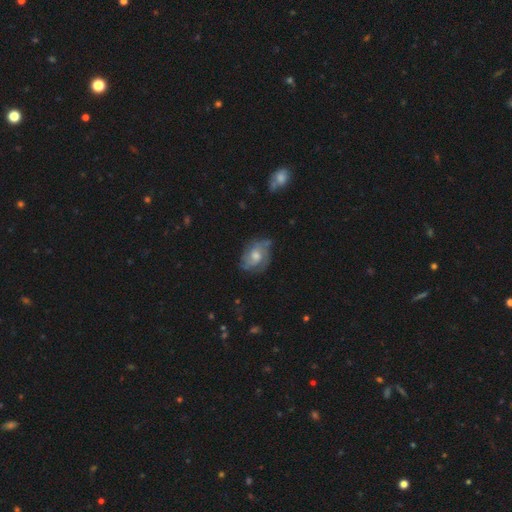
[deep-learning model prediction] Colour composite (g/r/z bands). It shows a featured or disk galaxy (62%) with no bar (73%), spiral arms (78%) and a moderate central bulge (65%). Merging: none (59%).